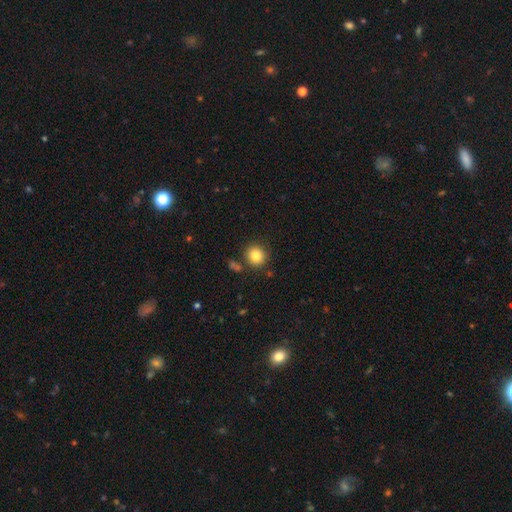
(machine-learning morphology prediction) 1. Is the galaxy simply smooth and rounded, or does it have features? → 84% smooth, 10% star or artifact, 6% featured or disk.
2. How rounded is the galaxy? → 89% round, 10% in between, 1% cigar-shaped.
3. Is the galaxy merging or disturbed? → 83% none, 9% minor disturbance, 5% merger, 3% major disturbance.